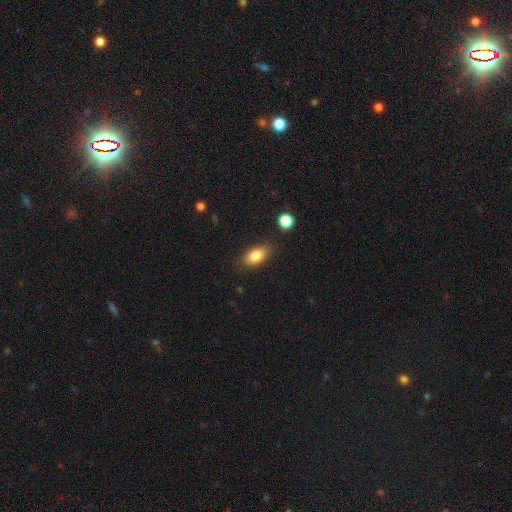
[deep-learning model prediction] Smooth or featured? Predicted: smooth (p=0.84). How rounded? Predicted: in between (p=0.88). Merging? Predicted: none (p=0.83).